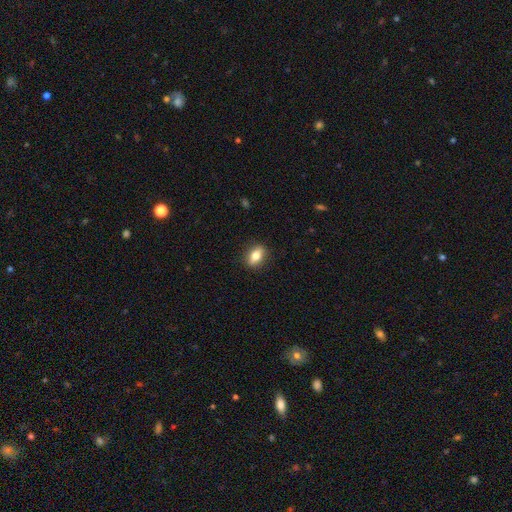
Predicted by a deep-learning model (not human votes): smooth 72%, featured or disk 20%, star or artifact 8%. Down the decision tree: how rounded — in between (74%); merging — none (87%).